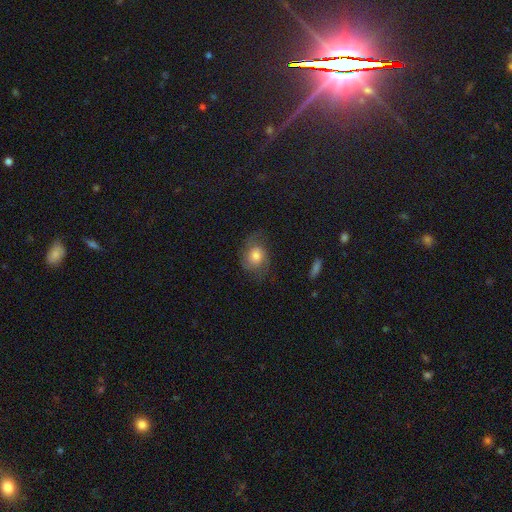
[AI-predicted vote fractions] The model was most divided on "smooth or featured": featured or disk: 51%, smooth: 40%, star or artifact: 9%. More confident: edge-on disk — no (96%); merging — none (60%).